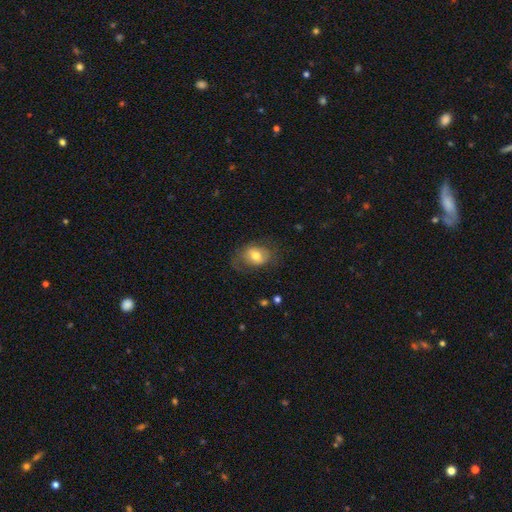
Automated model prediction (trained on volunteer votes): Smooth or featured? smooth (63%)
How rounded? in between (59%)
Merging? none (58%)